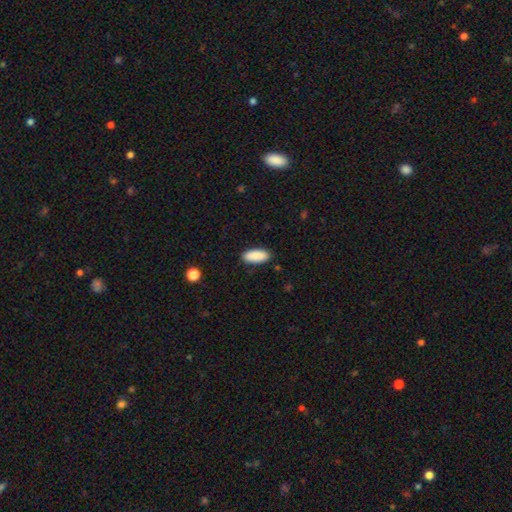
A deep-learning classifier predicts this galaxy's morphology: Smooth or featured: smooth — 90% (star or artifact — 6%)
How rounded: in between — 87% (cigar-shaped — 11%)
Merging: none — 89% (minor disturbance — 8%)